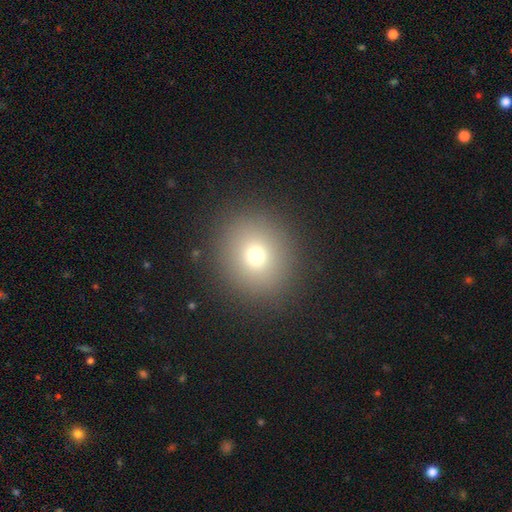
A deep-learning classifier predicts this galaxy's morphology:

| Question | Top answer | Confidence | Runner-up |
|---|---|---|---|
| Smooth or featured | smooth | 73% | star or artifact (16%) |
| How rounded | round | 86% | in between (13%) |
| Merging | none | 90% | minor disturbance (6%) |